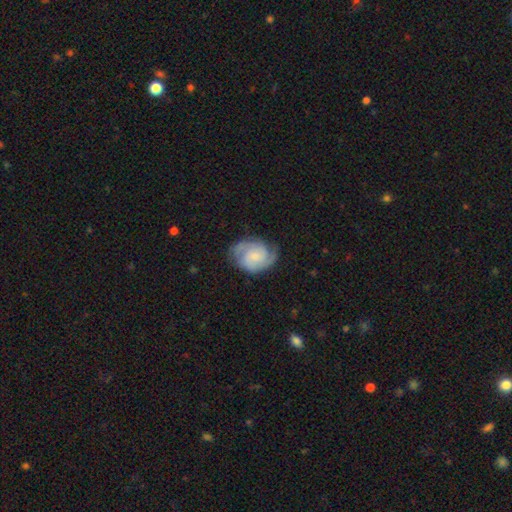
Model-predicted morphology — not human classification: smooth_or_featured: featured or disk (p=0.75) [alt: smooth p=0.19]
disk_edge_on: no (p=0.98) [alt: yes p=0.02]
bar: no (p=0.61) [alt: weak p=0.34]
has_spiral_arms: yes (p=0.95) [alt: no p=0.05]
spiral_winding: tight (p=0.46) [alt: medium p=0.43]
spiral_arm_count: 2 (p=0.65) [alt: 3 p=0.14]
bulge_size: small (p=0.54) [alt: moderate p=0.28]
merging: none (p=0.71) [alt: minor disturbance p=0.20]